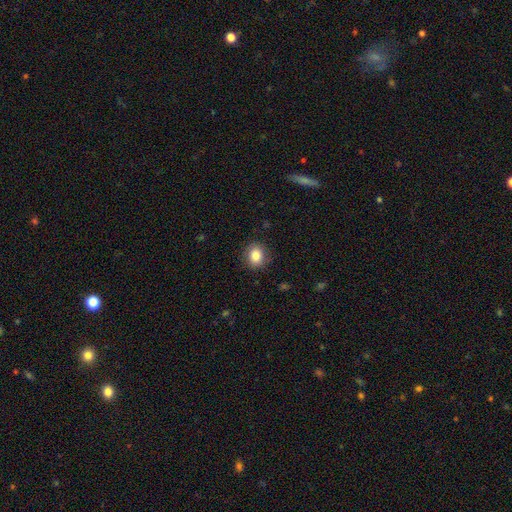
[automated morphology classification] Smooth or featured? Predicted: smooth (p=0.83). How rounded? Predicted: round (p=0.65). Merging? Predicted: none (p=0.87).